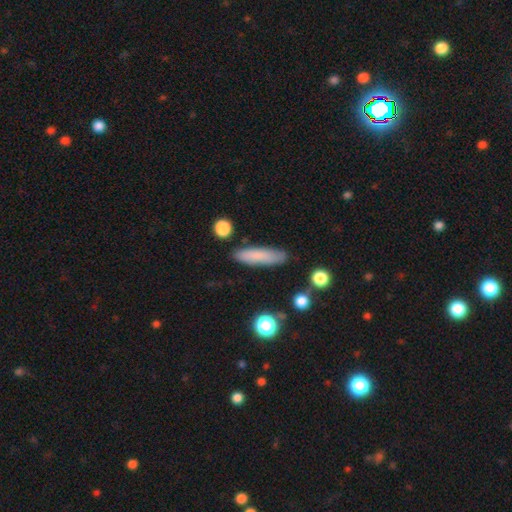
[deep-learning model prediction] Smooth or featured? Predicted: smooth (p=0.82). How rounded? Predicted: cigar-shaped (p=0.73). Merging? Predicted: none (p=0.83).